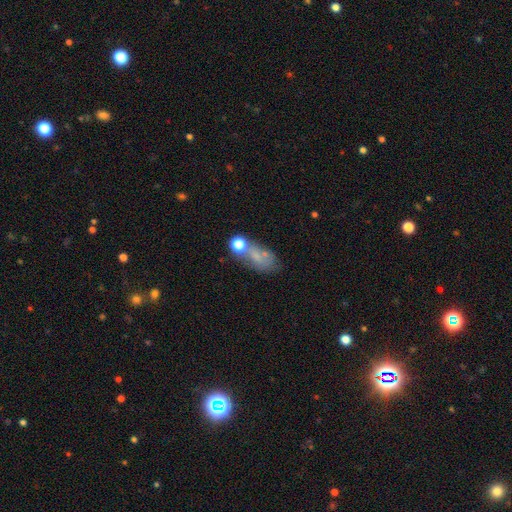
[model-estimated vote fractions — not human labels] The model was most divided on "smooth or featured": smooth: 50%, featured or disk: 30%, star or artifact: 20%. Remaining: how rounded — in between (78%); merging — none (41%).